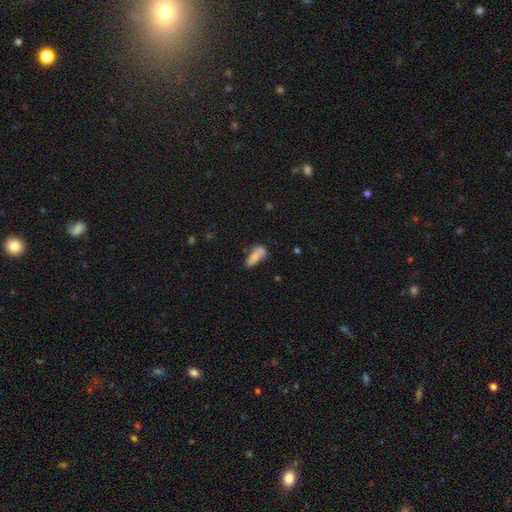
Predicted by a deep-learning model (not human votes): smooth-or-featured: smooth: 80% | featured or disk: 12% | star or artifact: 8%
  how-rounded: in between: 67% | cigar-shaped: 30% | round: 3%
  merging: none: 50% | minor disturbance: 26% | merger: 14% | major disturbance: 10%